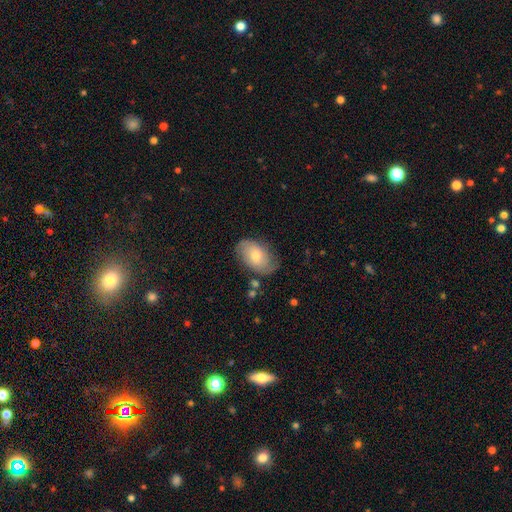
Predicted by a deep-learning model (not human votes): Morphology: type=smooth (56%); roundness=in between (90%); merging=none (68%).